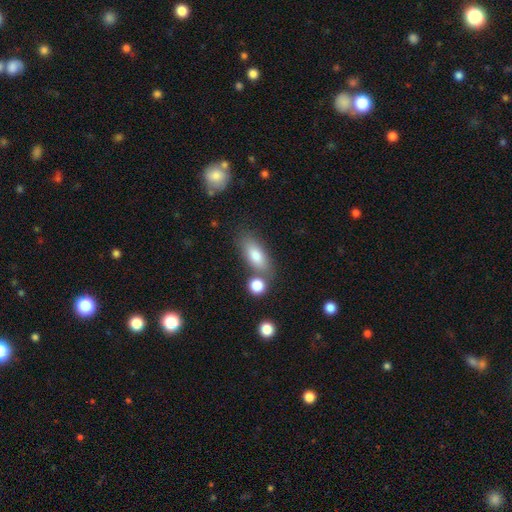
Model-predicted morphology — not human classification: This is likely a smooth galaxy (78%). How rounded: likely in between (78%). Merging: likely none (67%).